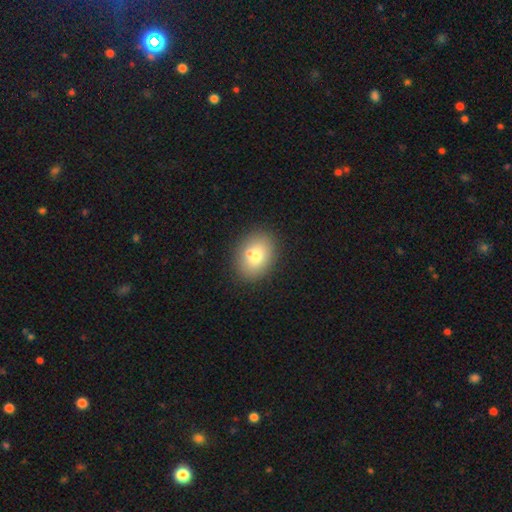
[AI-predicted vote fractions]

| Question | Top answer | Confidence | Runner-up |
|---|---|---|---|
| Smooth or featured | smooth | 72% | featured or disk (18%) |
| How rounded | in between | 63% | round (36%) |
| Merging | none | 72% | merger (14%) |